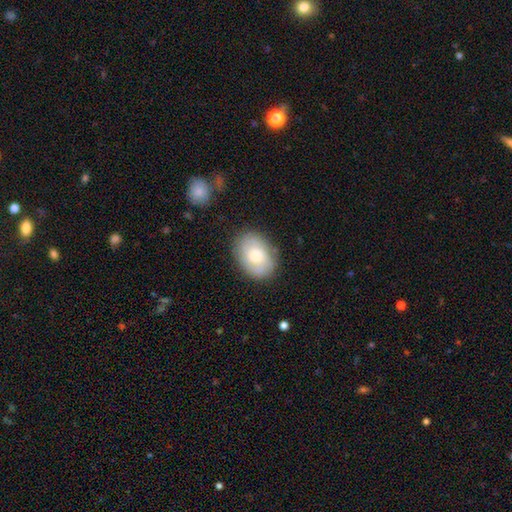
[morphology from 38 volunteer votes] Smooth or featured: smooth — 55% (featured or disk — 39%)
How rounded: in between — 71% (round — 29%)
Merging: none — 72% (minor disturbance — 11%)